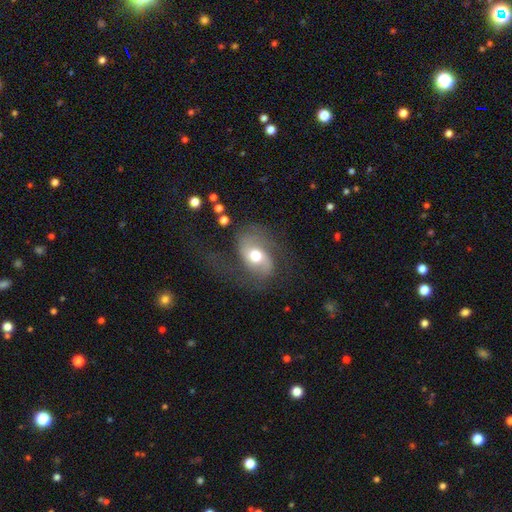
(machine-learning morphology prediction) A featured or disk galaxy (58%) with no bar (65%), spiral arms (81%) and a moderate central bulge (72%).

Vote fractions:
- Smooth or featured? featured or disk: 58% / smooth: 33% / star or artifact: 9%
- Edge-on disk? no: 95% / yes: 5%
- Bar? no: 65% / weak: 26% / strong: 8%
- Spiral arms? yes: 81% / no: 19%
- Bulge size? moderate: 72% / large: 15% / small: 10% / dominant: 2% / none: 1%
- Merging? none: 49% / major disturbance: 27% / minor disturbance: 22% / merger: 2%